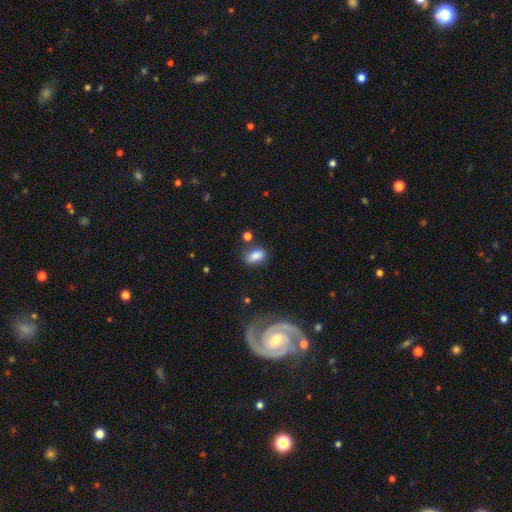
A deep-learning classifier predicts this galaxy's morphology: This appears to be a smooth galaxy with no disk features (84%) that is in between round and cigar-shaped (86%). Merging: none (69%).